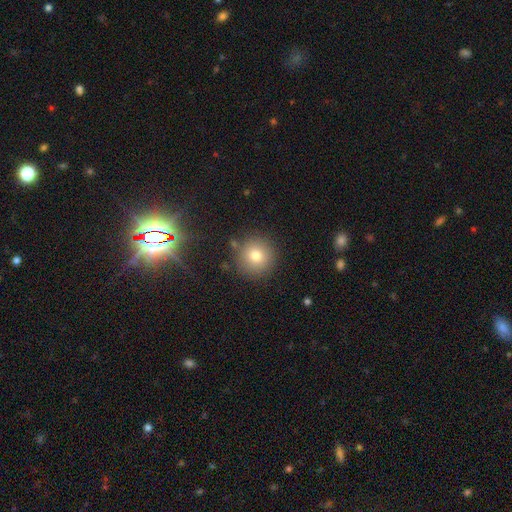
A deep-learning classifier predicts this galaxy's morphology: This appears to be a smooth galaxy with no disk features (77%) that is round (95%). Merging: none (86%).